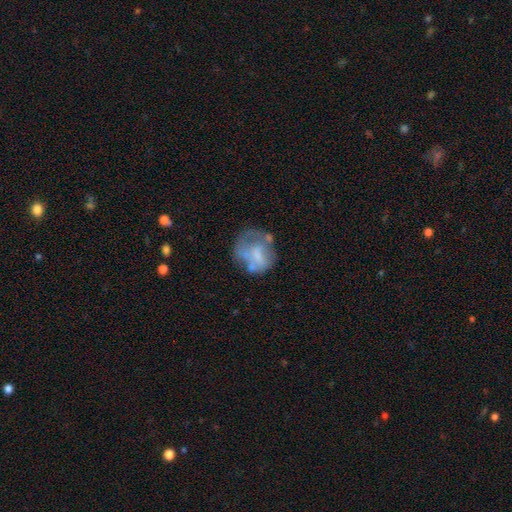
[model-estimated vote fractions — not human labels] Q: Smooth or featured?
A: smooth (46%); runner-up: featured or disk (43%)
Q: Merging?
A: none (39%); runner-up: major disturbance (28%)